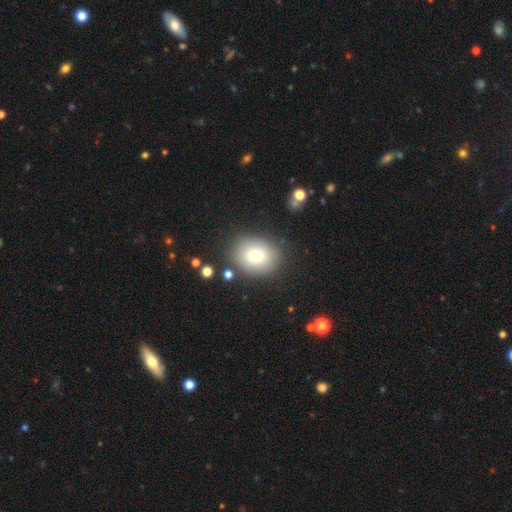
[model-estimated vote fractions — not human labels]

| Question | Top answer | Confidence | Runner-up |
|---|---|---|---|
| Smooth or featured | smooth | 74% | featured or disk (14%) |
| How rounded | round | 56% | in between (43%) |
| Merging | none | 83% | minor disturbance (10%) |